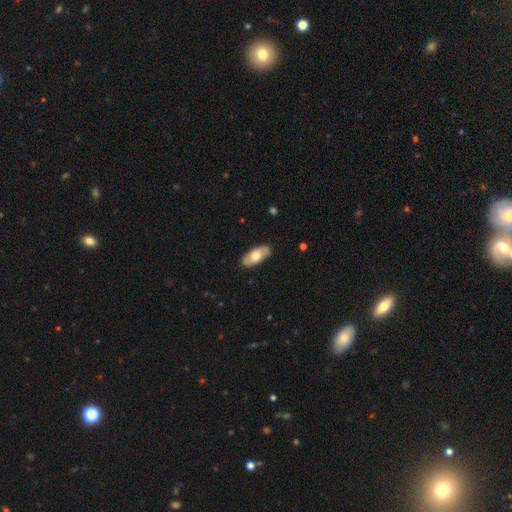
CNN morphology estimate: A smooth galaxy with no disk features (66%) that is in between round and cigar-shaped (88%).

Vote fractions:
- Smooth or featured? smooth: 66% / featured or disk: 29% / star or artifact: 5%
- How rounded? in between: 88% / cigar-shaped: 9% / round: 2%
- Merging? none: 88% / minor disturbance: 10% / major disturbance: 2% / merger: 1%